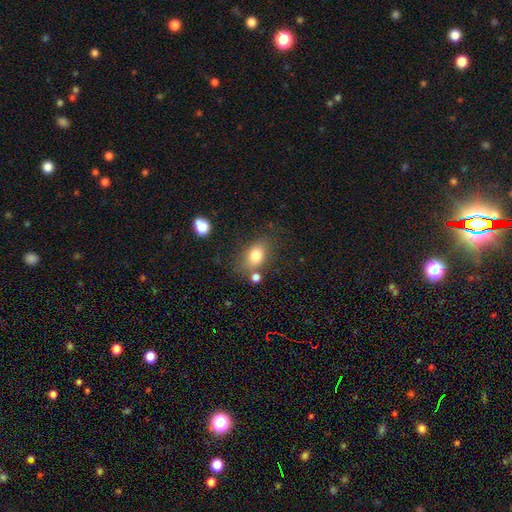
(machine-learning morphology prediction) Smooth or featured? Predicted: smooth (p=0.80). How rounded? Predicted: in between (p=0.79). Merging? Predicted: none (p=0.67).